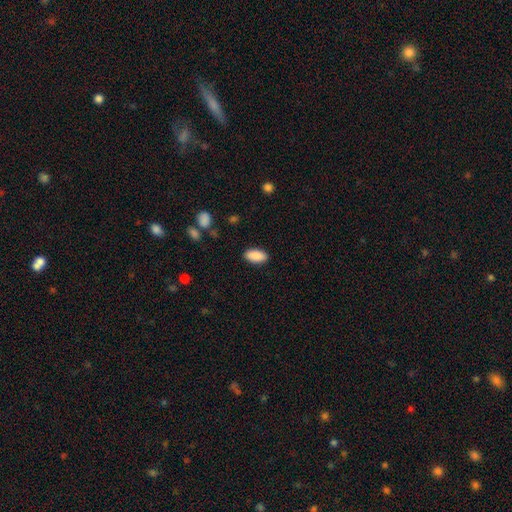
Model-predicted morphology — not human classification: Smooth or featured? Predicted: smooth (p=0.90). How rounded? Predicted: in between (p=0.92). Merging? Predicted: none (p=0.88).